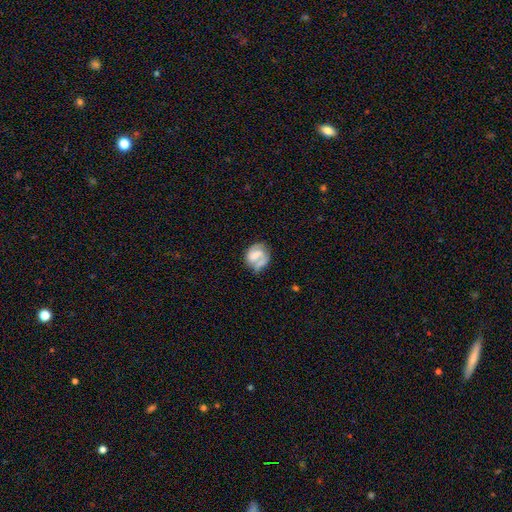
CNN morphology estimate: This is possibly a featured or disk galaxy (47%). Merging: marginally none (40%).